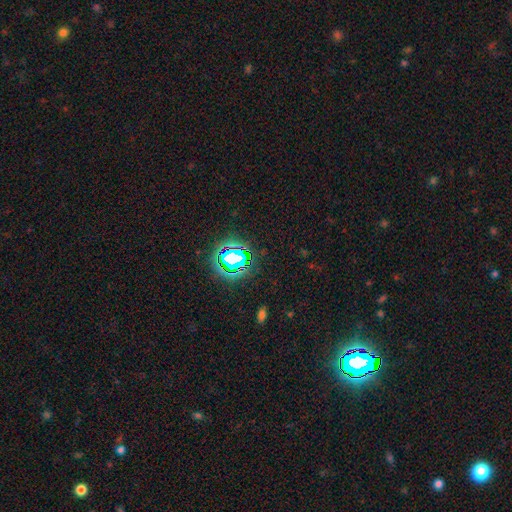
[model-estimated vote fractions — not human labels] Morphology: type=star or artifact (81%).